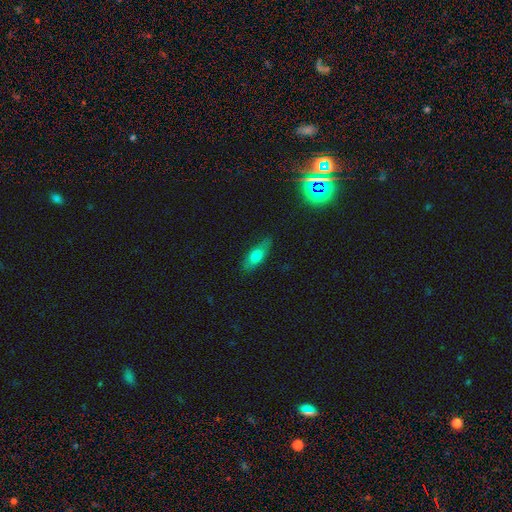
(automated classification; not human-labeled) The model was most divided on "how rounded": in between: 61%, cigar-shaped: 35%, round: 4%. More confident: merging — none (80%); smooth or featured — smooth (68%).